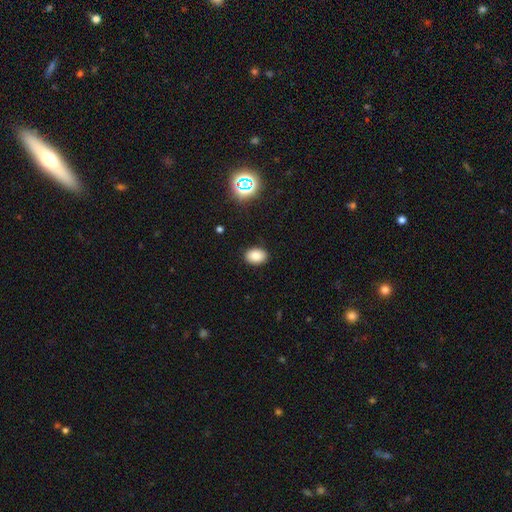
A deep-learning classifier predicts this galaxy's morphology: Smooth or featured: smooth — 83% (star or artifact — 12%)
How rounded: in between — 78% (round — 21%)
Merging: none — 89% (minor disturbance — 8%)